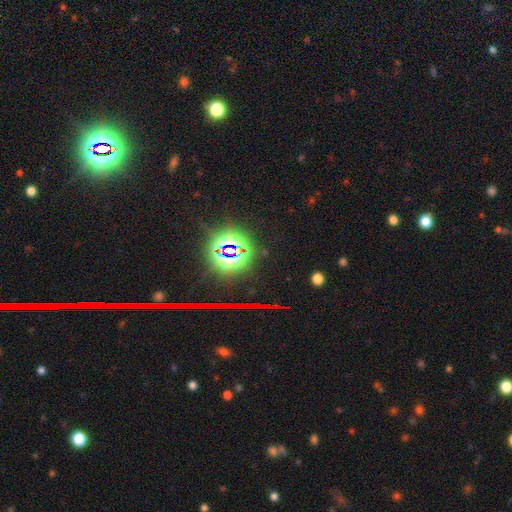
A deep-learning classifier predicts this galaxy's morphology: smooth-or-featured: star or artifact: 83% | smooth: 10% | featured or disk: 7%